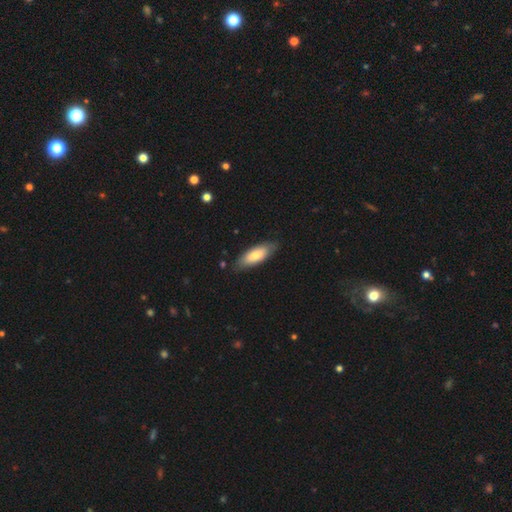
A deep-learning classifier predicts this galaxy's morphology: Smooth or featured: smooth — 77% (featured or disk — 17%)
How rounded: in between — 70% (cigar-shaped — 28%)
Merging: none — 82% (minor disturbance — 14%)